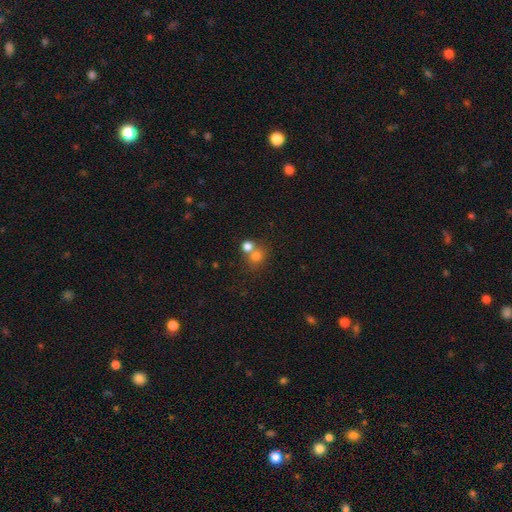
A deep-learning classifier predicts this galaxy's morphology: Smooth or featured: smooth — 74% (star or artifact — 15%)
How rounded: round — 81% (in between — 18%)
Merging: merger — 48% (none — 43%)